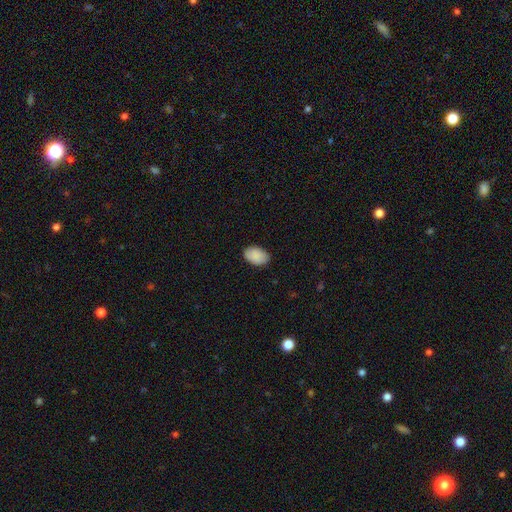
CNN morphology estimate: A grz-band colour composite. It shows a smooth galaxy with no disk features (90%) that is in between round and cigar-shaped (89%). Merging: none (86%).